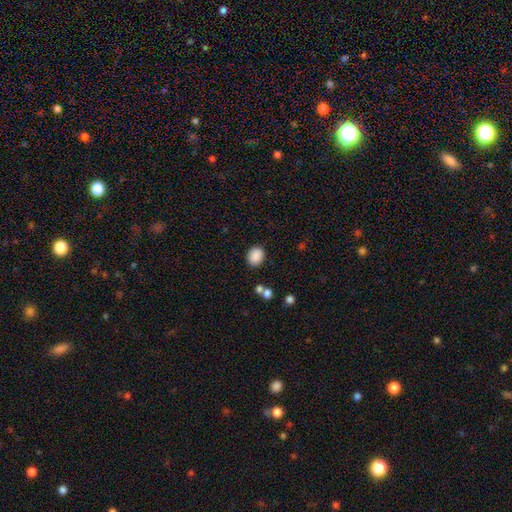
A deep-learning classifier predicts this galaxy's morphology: A smooth galaxy with no disk features (88%) that is round (55%). Merging: none (85%).